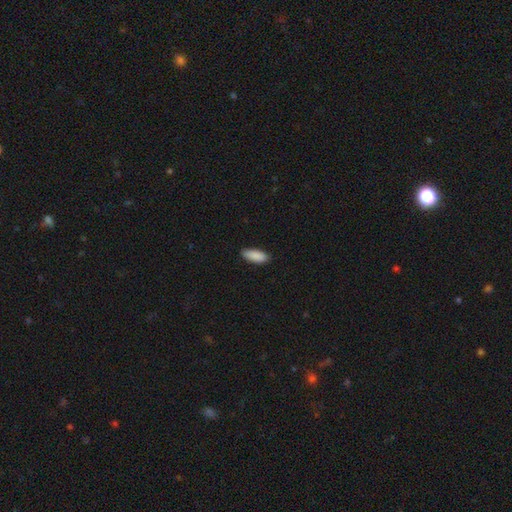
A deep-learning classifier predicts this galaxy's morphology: smooth-or-featured: smooth: 90% | star or artifact: 6% | featured or disk: 4%
  how-rounded: in between: 76% | cigar-shaped: 22% | round: 2%
  merging: none: 85% | minor disturbance: 12% | major disturbance: 2% | merger: 1%